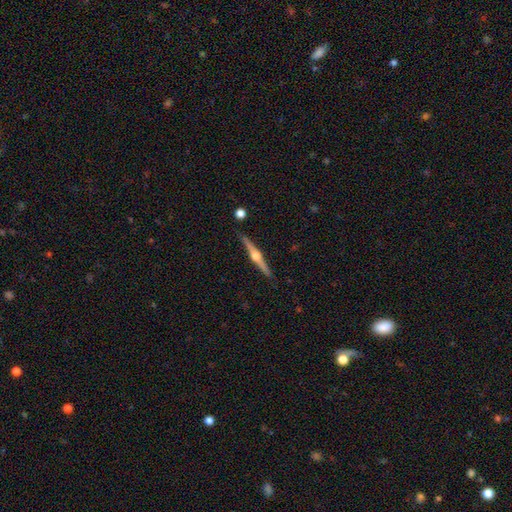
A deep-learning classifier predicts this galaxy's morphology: Smooth or featured: featured or disk — 84% (smooth — 11%)
Edge-on disk: yes — 99% (no — 1%)
Edge-on bulge: rounded — 95% (boxy — 3%)
Merging: none — 90% (minor disturbance — 6%)